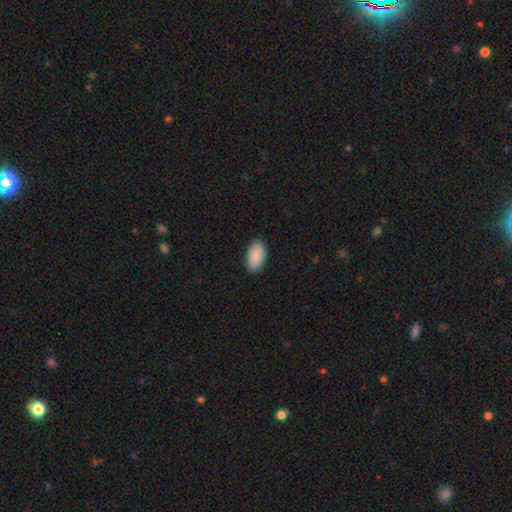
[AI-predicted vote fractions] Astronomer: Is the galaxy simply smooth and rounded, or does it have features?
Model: smooth — 90%.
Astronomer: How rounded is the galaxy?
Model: in between — 95%.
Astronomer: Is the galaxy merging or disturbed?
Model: none — 89%.